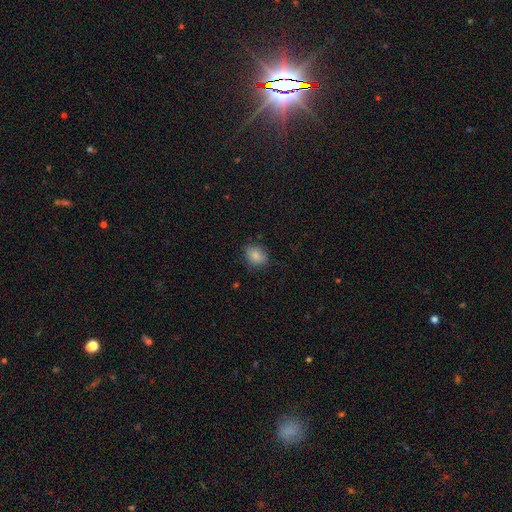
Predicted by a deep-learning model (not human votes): Q: Smooth or featured?
A: smooth (85%); runner-up: star or artifact (9%)
Q: How rounded?
A: in between (59%); runner-up: round (40%)
Q: Merging?
A: none (80%); runner-up: minor disturbance (15%)